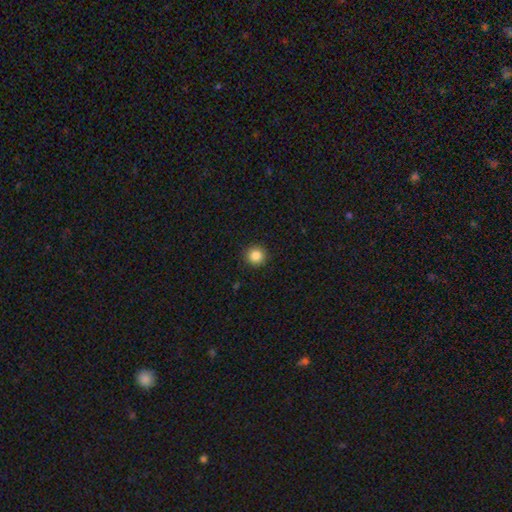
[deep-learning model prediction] Smooth or featured?
  - smooth: 86% *
  - star or artifact: 10%
  - featured or disk: 4%
How rounded?
  - round: 95% *
  - in between: 4%
  - cigar-shaped: 1%
Merging?
  - none: 92% *
  - minor disturbance: 5%
  - major disturbance: 2%
  - merger: 1%